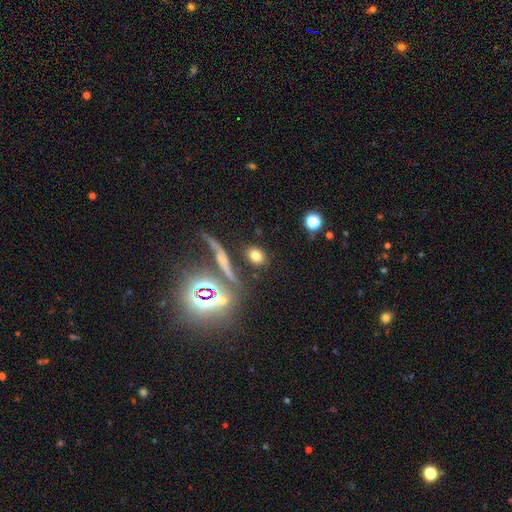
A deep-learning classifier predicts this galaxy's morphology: smooth 73%, star or artifact 16%, featured or disk 11%. Down the decision tree: how rounded — in between (56%); merging — none (79%).